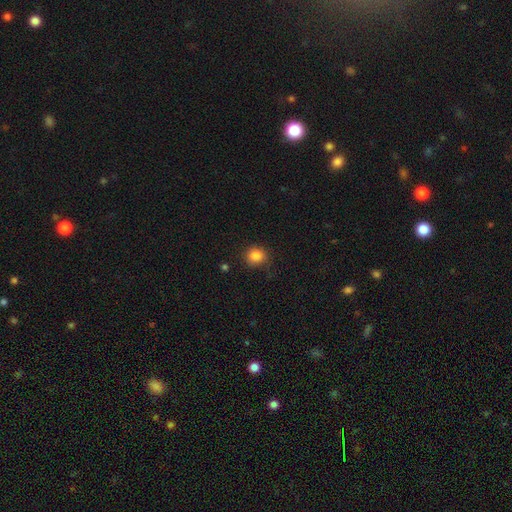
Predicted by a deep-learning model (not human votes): A smooth galaxy with no disk features (85%) that is round (85%). Merging: none (82%).